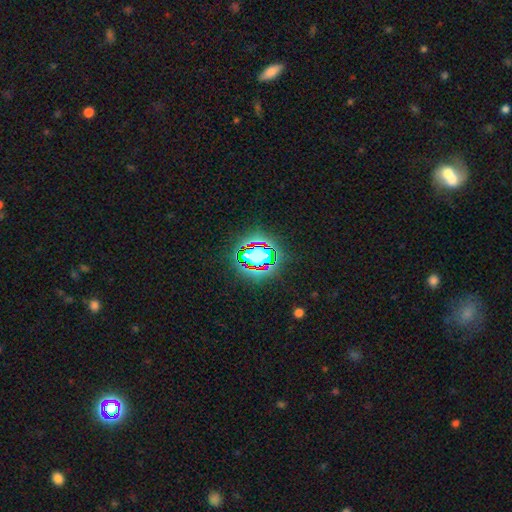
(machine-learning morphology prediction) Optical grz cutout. It shows a star or artifact, not a galaxy (64%).